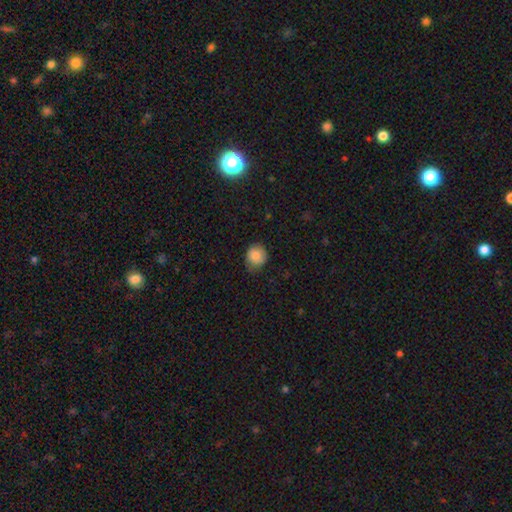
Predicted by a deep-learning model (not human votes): Smooth or featured?
  - smooth: 85% *
  - star or artifact: 8%
  - featured or disk: 7%
How rounded?
  - round: 73% *
  - in between: 26%
  - cigar-shaped: 1%
Merging?
  - none: 69% *
  - minor disturbance: 26%
  - major disturbance: 5%
  - merger: 1%